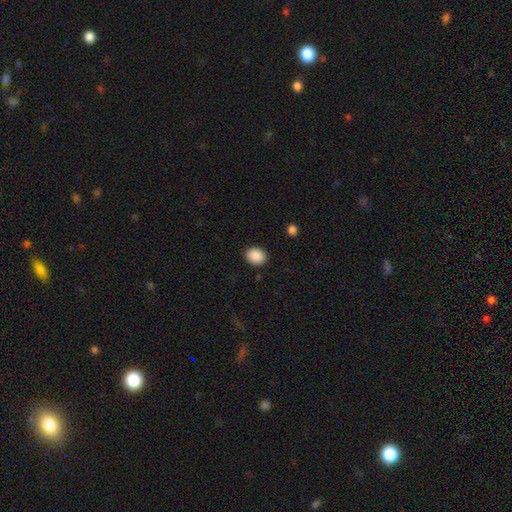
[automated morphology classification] type=smooth (90%); roundness=round (54%); merging=none (89%).